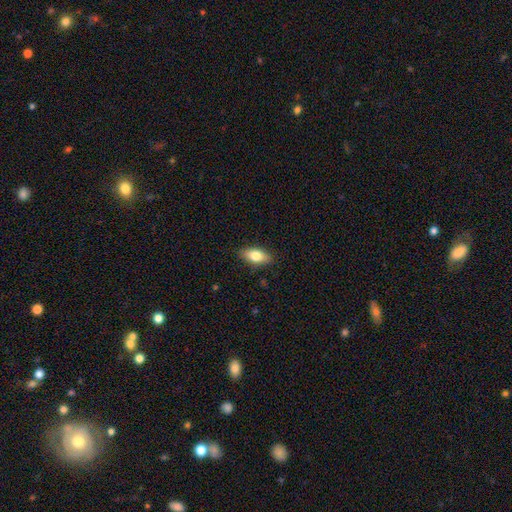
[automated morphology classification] Overall: smooth (76%). How rounded: in between (84%). Merging: none (87%).